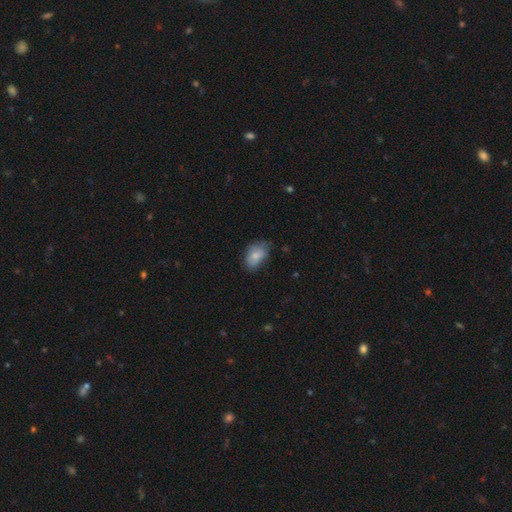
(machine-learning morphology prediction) A smooth galaxy with no disk features (79%) that is in between round and cigar-shaped (88%). Merging: none (64%).